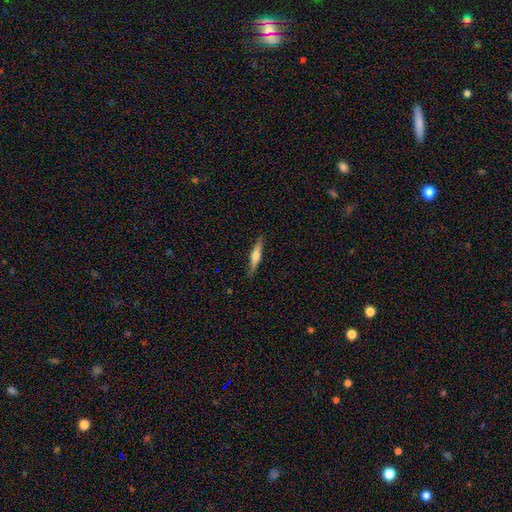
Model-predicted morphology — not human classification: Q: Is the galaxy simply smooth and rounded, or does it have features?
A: featured or disk — 51%.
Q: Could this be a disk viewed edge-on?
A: yes — 96%.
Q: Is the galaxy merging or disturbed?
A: none — 88%.